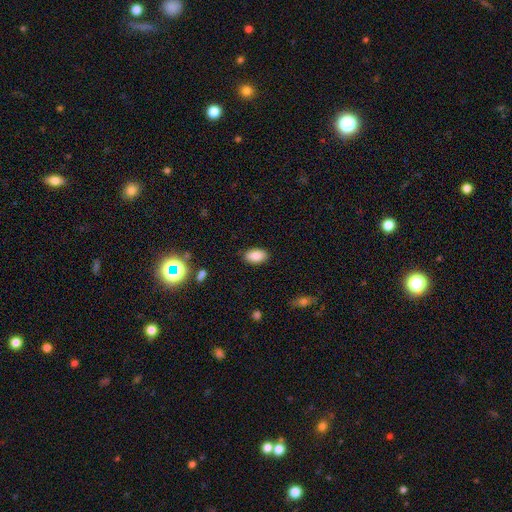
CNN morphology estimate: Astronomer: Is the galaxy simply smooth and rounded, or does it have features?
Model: smooth — 88%.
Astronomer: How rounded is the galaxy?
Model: in between — 93%.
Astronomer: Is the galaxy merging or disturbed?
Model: none — 86%.